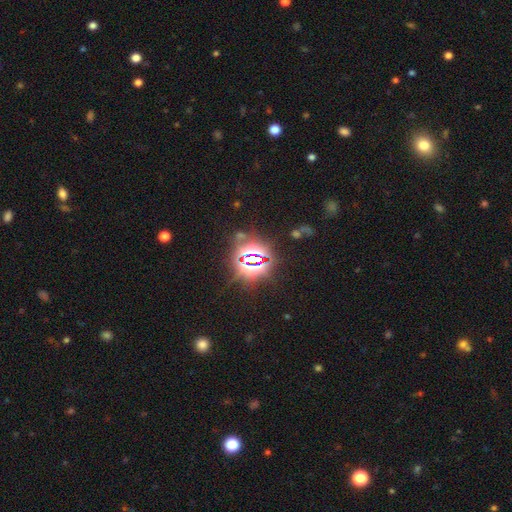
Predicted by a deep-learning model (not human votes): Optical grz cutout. It shows a star or artifact, not a galaxy (83%).